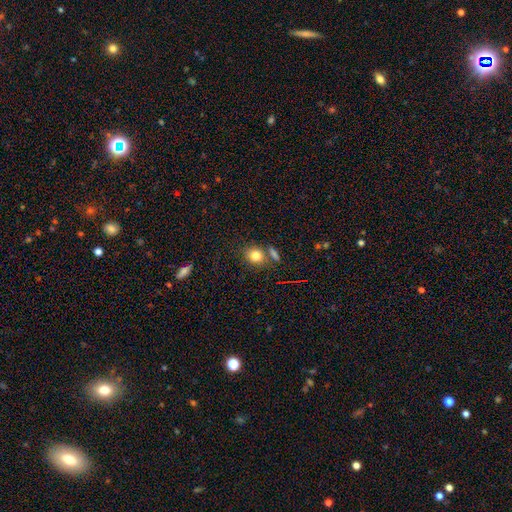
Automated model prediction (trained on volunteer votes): A smooth galaxy with no disk features (81%) that is round (69%).

Vote fractions:
- Smooth or featured? smooth: 81% / star or artifact: 11% / featured or disk: 8%
- How rounded? round: 69% / in between: 29% / cigar-shaped: 2%
- Merging? none: 70% / merger: 14% / minor disturbance: 12% / major disturbance: 4%